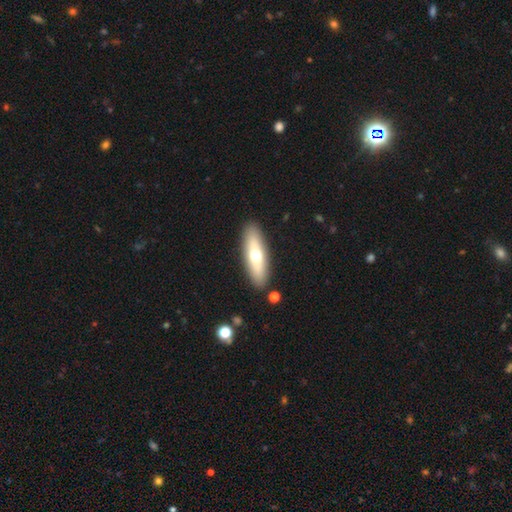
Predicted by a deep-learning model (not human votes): The model was most divided on "how rounded": in between: 49%, cigar-shaped: 48%, round: 3%. More confident: merging — none (89%); smooth or featured — smooth (58%).